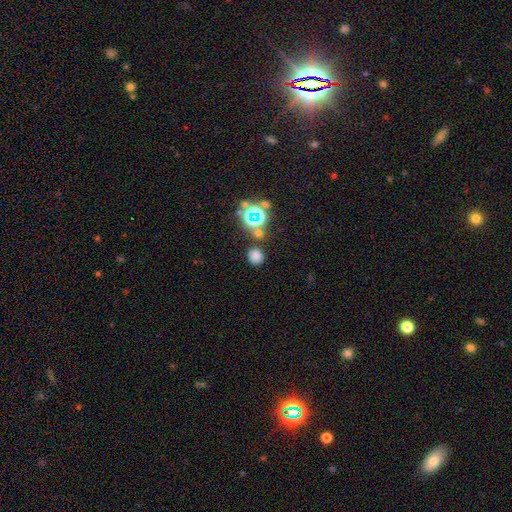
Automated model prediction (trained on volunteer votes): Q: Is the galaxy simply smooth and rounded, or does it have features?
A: smooth — 71%.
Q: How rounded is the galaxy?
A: round — 86%.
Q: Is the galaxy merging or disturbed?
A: none — 82%.